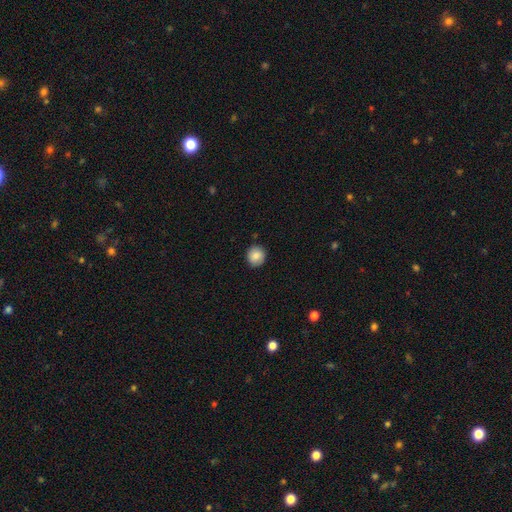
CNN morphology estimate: smooth-or-featured: smooth: 84% | star or artifact: 8% | featured or disk: 8%
  how-rounded: round: 88% | in between: 11% | cigar-shaped: 1%
  merging: none: 87% | minor disturbance: 10% | major disturbance: 2% | merger: 1%